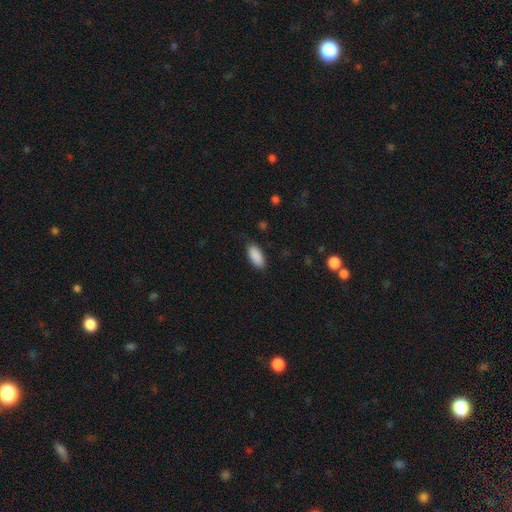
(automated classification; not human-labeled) Q: Smooth or featured?
A: smooth (90%); runner-up: star or artifact (6%)
Q: How rounded?
A: in between (90%); runner-up: cigar-shaped (8%)
Q: Merging?
A: none (83%); runner-up: minor disturbance (13%)